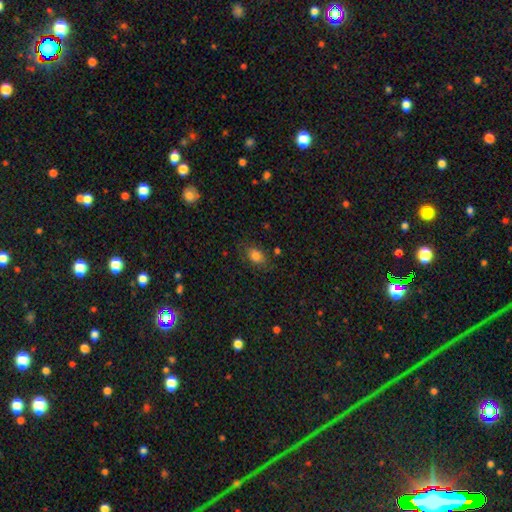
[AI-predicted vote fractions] Overall: smooth (78%). How rounded: in between (77%). Merging: none (73%).